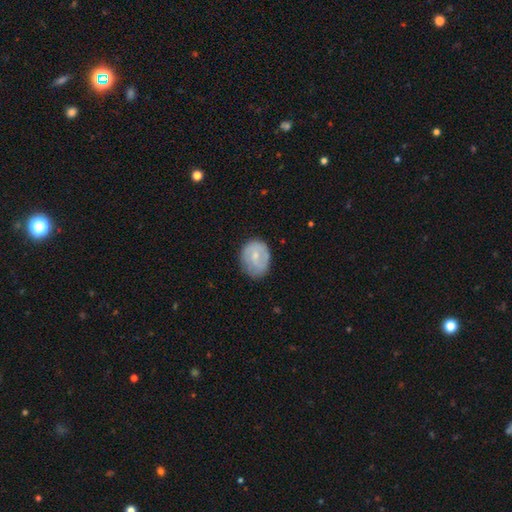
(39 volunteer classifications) Smooth or featured? 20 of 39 (51%) said smooth. How rounded? 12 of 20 (60%) said in between. Merging? 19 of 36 (53%) said none.